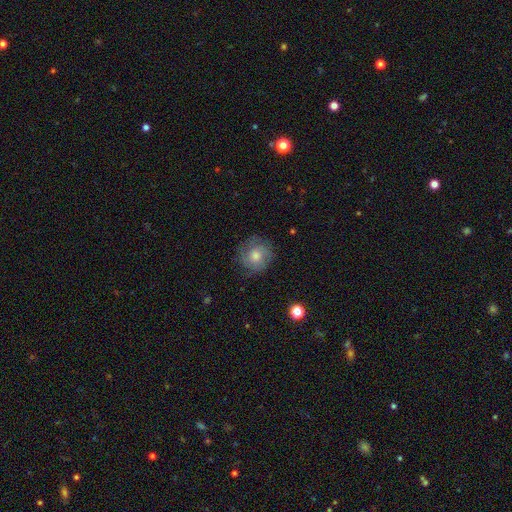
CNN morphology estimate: Smooth or featured?
  - featured or disk: 54% *
  - smooth: 34%
  - star or artifact: 12%
Edge-on disk?
  - no: 97% *
  - yes: 3%
Bar?
  - no: 81% *
  - weak: 16%
  - strong: 2%
Spiral arms?
  - yes: 85% *
  - no: 15%
Bulge size?
  - moderate: 66% *
  - small: 19%
  - large: 11%
  - none: 2%
  - dominant: 1%
Merging?
  - none: 80% *
  - minor disturbance: 14%
  - major disturbance: 5%
  - merger: 1%